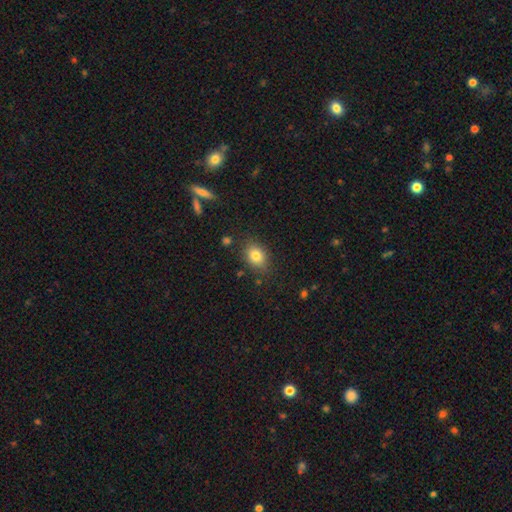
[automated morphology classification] Smooth or featured: smooth — 81% (star or artifact — 10%)
How rounded: in between — 69% (round — 30%)
Merging: none — 80% (minor disturbance — 14%)